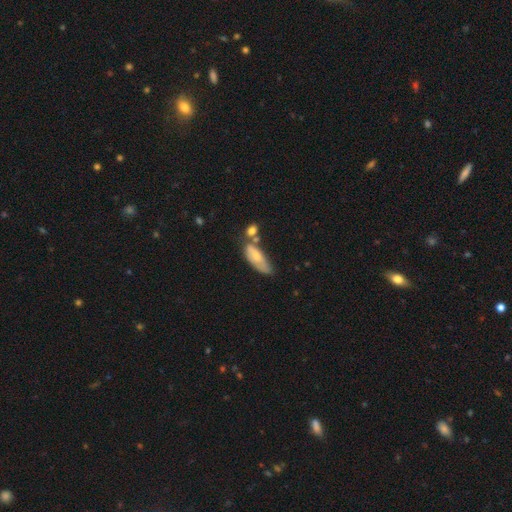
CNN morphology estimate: smooth_or_featured: smooth (p=0.63) [alt: featured or disk p=0.31]
how_rounded: in between (p=0.72) [alt: cigar-shaped p=0.26]
merging: none (p=0.36) [alt: minor disturbance p=0.27]